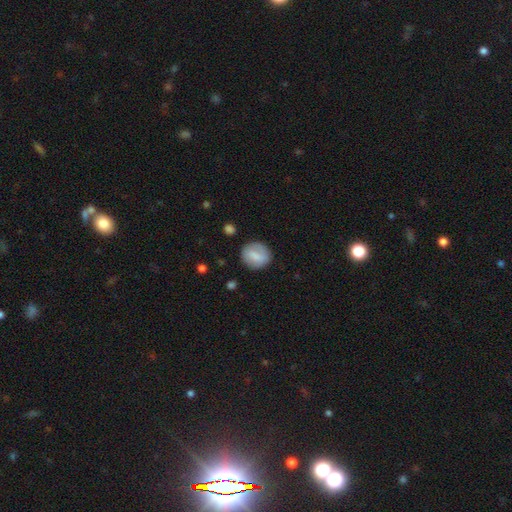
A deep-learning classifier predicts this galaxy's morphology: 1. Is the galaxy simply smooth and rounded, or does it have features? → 74% smooth, 19% featured or disk, 7% star or artifact.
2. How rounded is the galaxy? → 72% round, 27% in between, 1% cigar-shaped.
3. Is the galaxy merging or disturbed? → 83% none, 12% minor disturbance, 4% major disturbance, 2% merger.